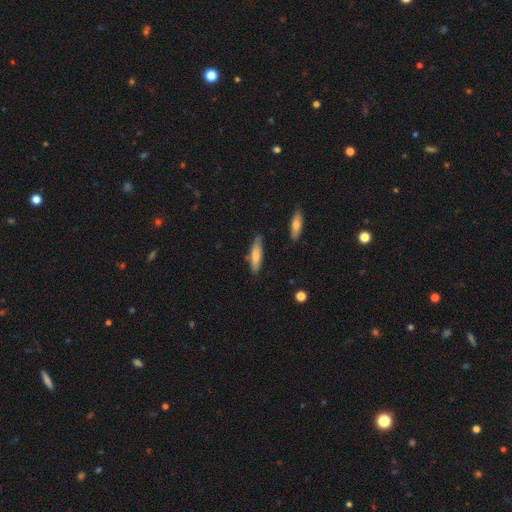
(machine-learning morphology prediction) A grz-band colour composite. It shows a smooth galaxy with no disk features (70%) that is cigar-shaped (67%). Merging: none (80%).